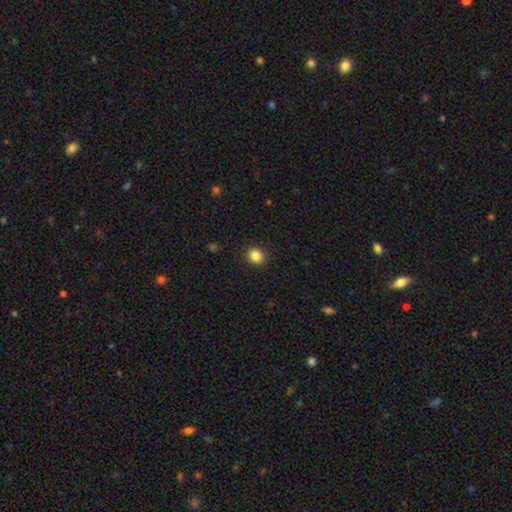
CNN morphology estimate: A smooth galaxy with no disk features (86%) that is round (80%).

Vote fractions:
- Smooth or featured? smooth: 86% / star or artifact: 11% / featured or disk: 4%
- How rounded? round: 80% / in between: 19% / cigar-shaped: 1%
- Merging? none: 92% / minor disturbance: 6% / major disturbance: 2% / merger: 1%